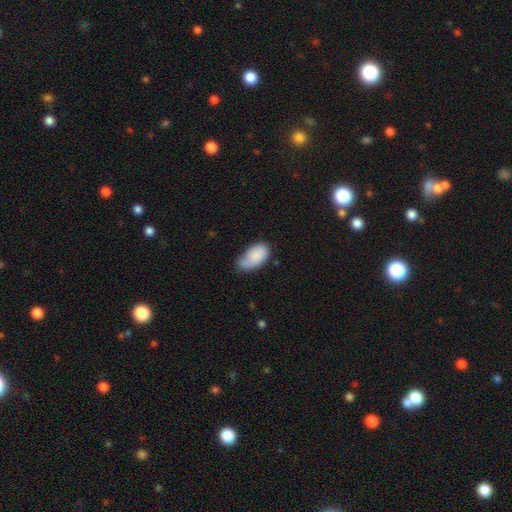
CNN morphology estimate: Smooth or featured?
  - smooth: 81% *
  - featured or disk: 13%
  - star or artifact: 6%
How rounded?
  - in between: 93% *
  - round: 5%
  - cigar-shaped: 2%
Merging?
  - none: 41% *
  - minor disturbance: 32%
  - merger: 13%
  - major disturbance: 13%